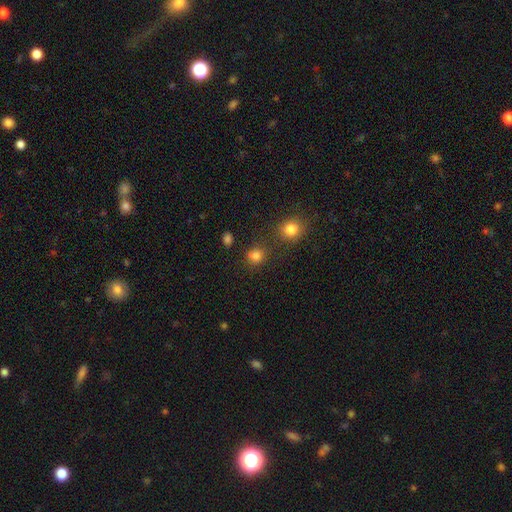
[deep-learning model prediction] smooth-or-featured: smooth: 81% | star or artifact: 14% | featured or disk: 5%
  how-rounded: round: 81% | in between: 18% | cigar-shaped: 1%
  merging: none: 73% | minor disturbance: 12% | merger: 11% | major disturbance: 5%